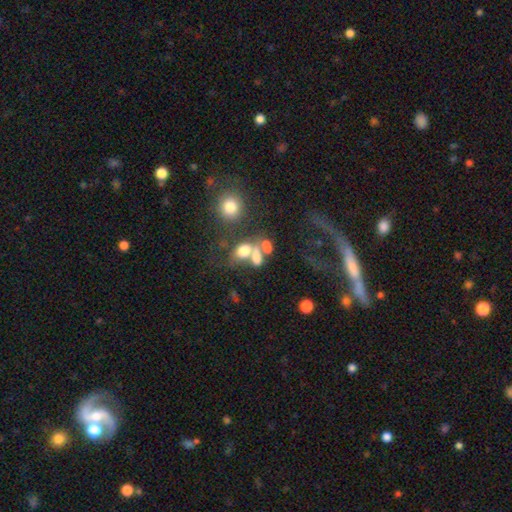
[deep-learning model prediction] Morphology: type=smooth (65%); roundness=in between (74%); merging=merger (51%).